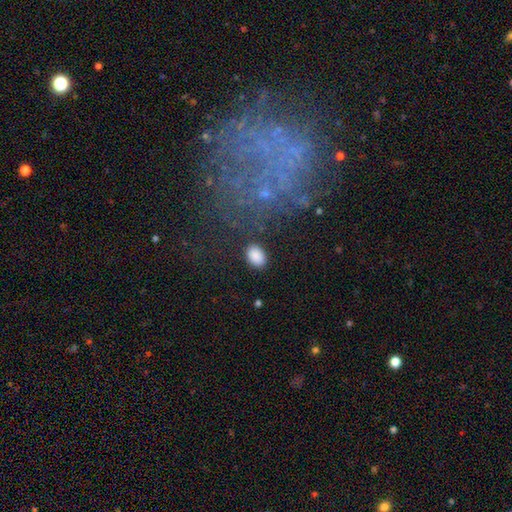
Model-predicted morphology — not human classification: A smooth galaxy with no disk features (88%) that is in between round and cigar-shaped (83%). Merging: none (83%).